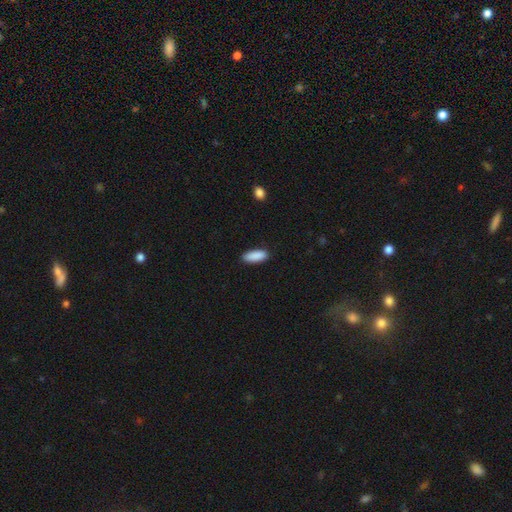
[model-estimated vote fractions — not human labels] Smooth or featured? Predicted: smooth (p=0.91). How rounded? Predicted: in between (p=0.73). Merging? Predicted: none (p=0.88).